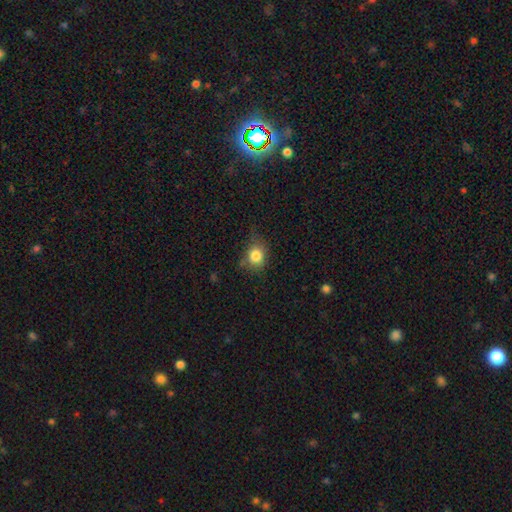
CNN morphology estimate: Smooth or featured? smooth (82%)
How rounded? round (67%)
Merging? none (63%)